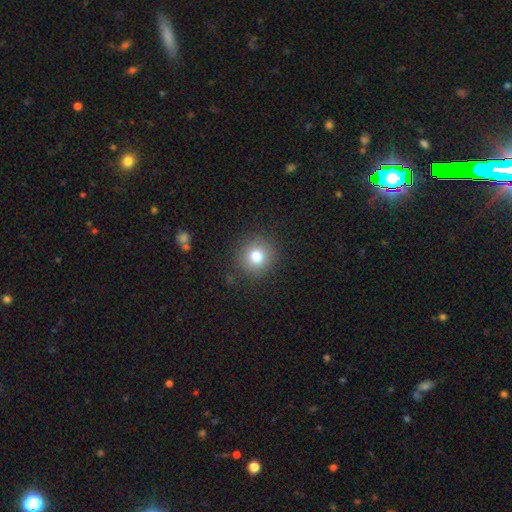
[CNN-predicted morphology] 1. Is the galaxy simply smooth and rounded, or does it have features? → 80% smooth, 12% star or artifact, 8% featured or disk.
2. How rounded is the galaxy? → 92% round, 7% in between, 1% cigar-shaped.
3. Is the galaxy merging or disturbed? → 87% none, 8% minor disturbance, 3% major disturbance, 1% merger.